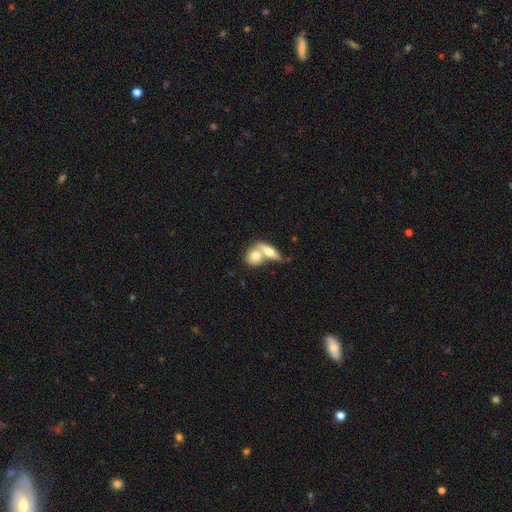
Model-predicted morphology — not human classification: This appears to be a smooth galaxy with no disk features (70%) that is in between round and cigar-shaped (58%). Merging: merger (68%).